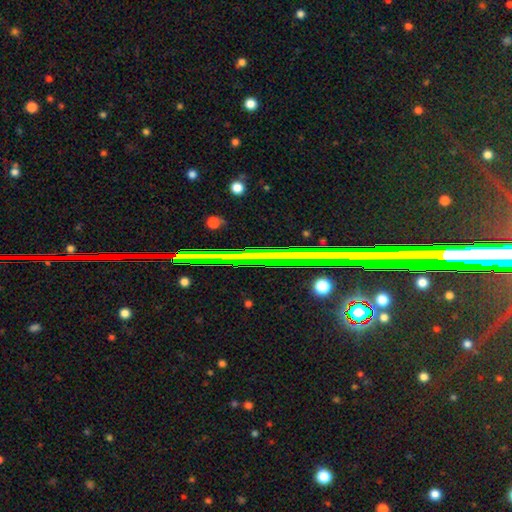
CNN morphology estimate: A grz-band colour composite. It shows a star or artifact, not a galaxy (76%).